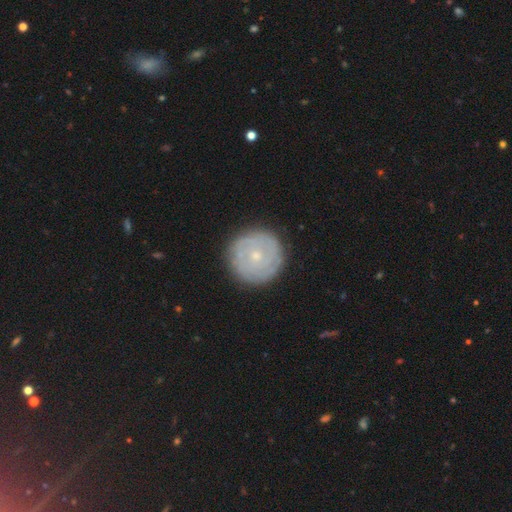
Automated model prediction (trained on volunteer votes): This appears to be a featured or disk galaxy (52%). Merging: none (88%).